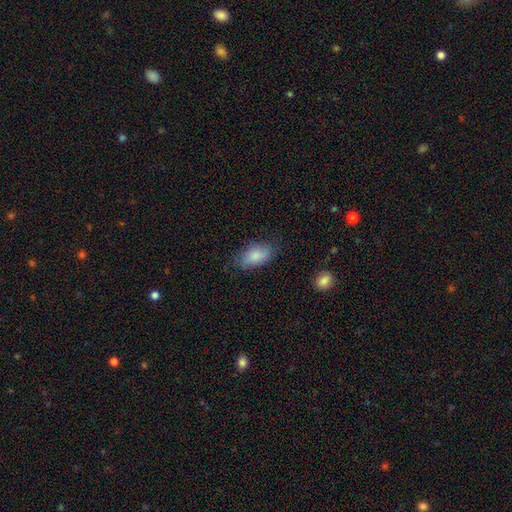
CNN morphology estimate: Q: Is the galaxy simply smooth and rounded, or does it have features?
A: smooth — 83%.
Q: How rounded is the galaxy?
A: in between — 92%.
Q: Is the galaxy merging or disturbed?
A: none — 69%.